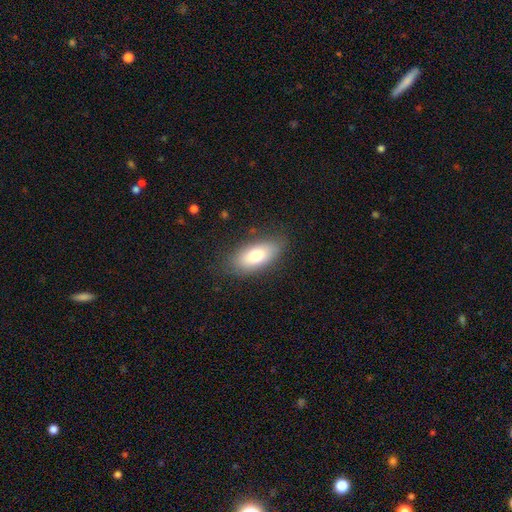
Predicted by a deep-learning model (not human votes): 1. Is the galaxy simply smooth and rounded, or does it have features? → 76% smooth, 17% featured or disk, 8% star or artifact.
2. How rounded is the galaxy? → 86% in between, 11% cigar-shaped, 3% round.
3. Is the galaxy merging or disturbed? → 80% none, 15% minor disturbance, 4% major disturbance, 1% merger.